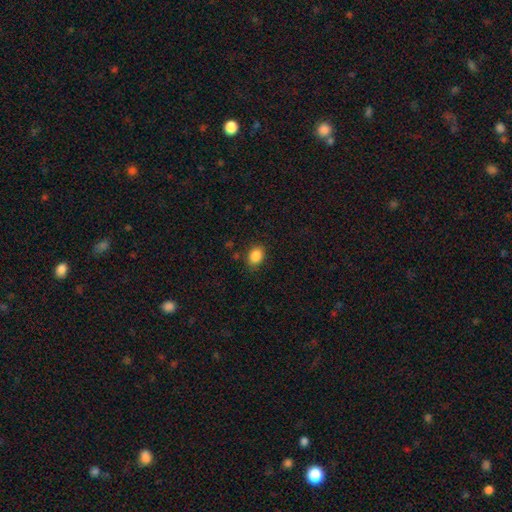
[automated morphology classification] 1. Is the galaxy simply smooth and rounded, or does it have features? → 87% smooth, 9% star or artifact, 4% featured or disk.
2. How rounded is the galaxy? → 68% in between, 31% round, 1% cigar-shaped.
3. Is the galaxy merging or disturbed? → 84% none, 12% minor disturbance, 3% major disturbance, 1% merger.